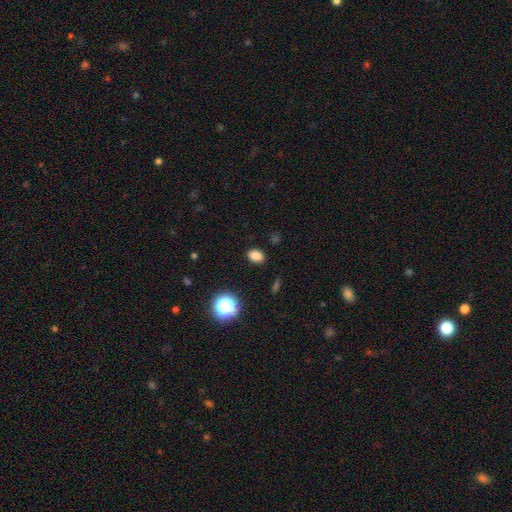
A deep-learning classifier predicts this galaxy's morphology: type=smooth (82%); roundness=in between (73%); merging=none (88%).